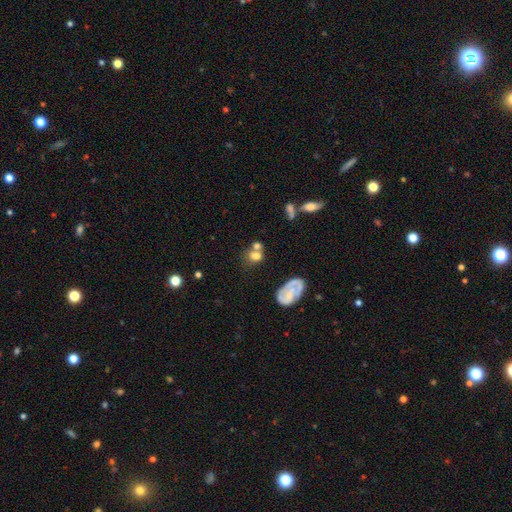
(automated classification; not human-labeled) Smooth or featured? Predicted: smooth (p=0.67). How rounded? Predicted: round (p=0.53). Merging? Predicted: none (p=0.42).